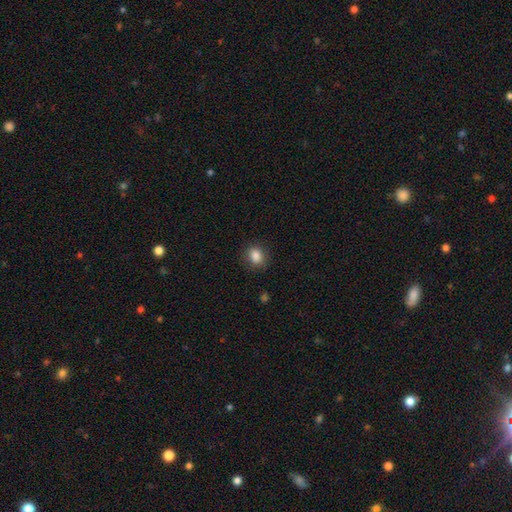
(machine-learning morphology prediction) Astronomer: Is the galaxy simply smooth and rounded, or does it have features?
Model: smooth — 86%.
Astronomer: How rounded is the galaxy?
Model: in between — 50% (runner-up: round, 49%).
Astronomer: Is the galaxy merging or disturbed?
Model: none — 86%.